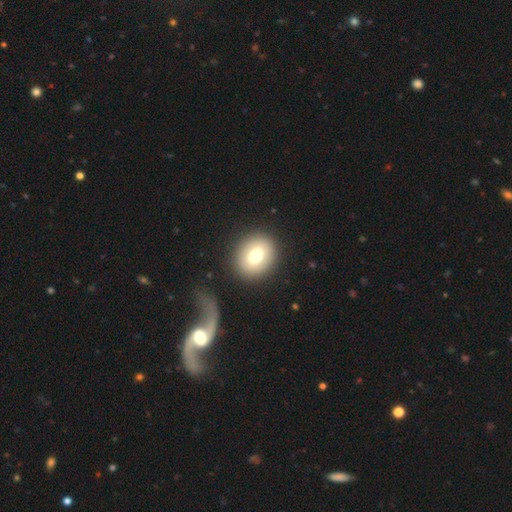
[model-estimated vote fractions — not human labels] A smooth galaxy with no disk features (70%) that is round (67%). Merging: none (87%).